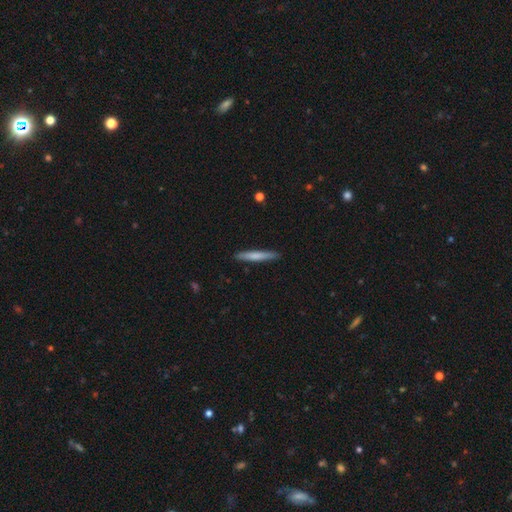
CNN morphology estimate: A smooth galaxy with no disk features (72%) that is cigar-shaped (95%).

Vote fractions:
- Smooth or featured? smooth: 72% / featured or disk: 23% / star or artifact: 5%
- How rounded? cigar-shaped: 95% / in between: 4% / round: 1%
- Merging? none: 90% / minor disturbance: 8% / major disturbance: 1% / merger: 1%